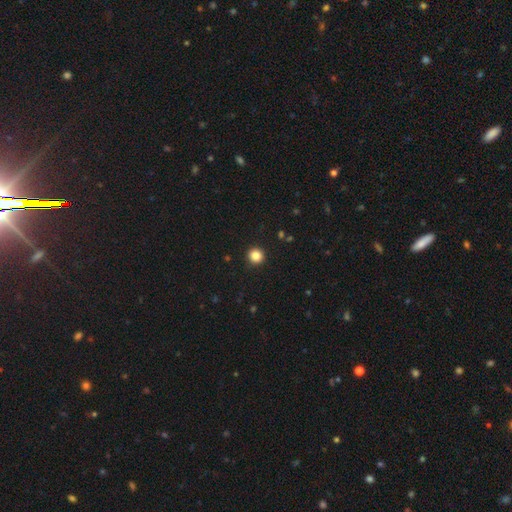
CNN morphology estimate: type=smooth (85%); roundness=round (95%); merging=none (93%).